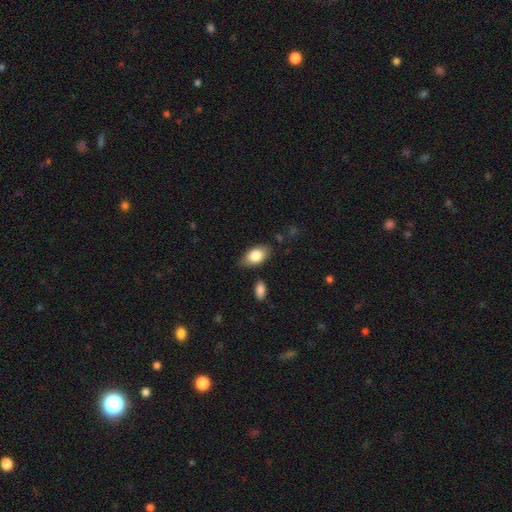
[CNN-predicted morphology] Overall: smooth (82%). How rounded: in between (91%). Merging: none (78%).